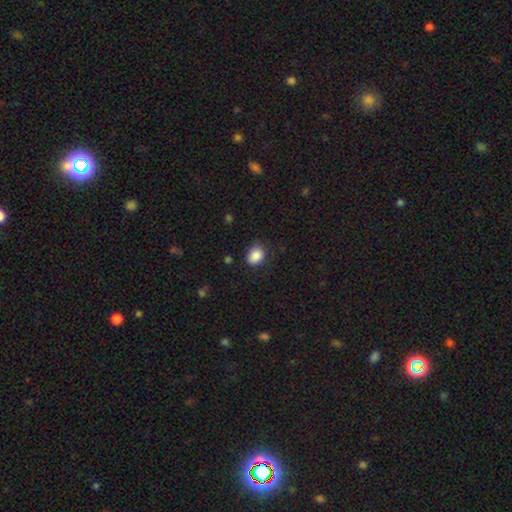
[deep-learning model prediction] smooth_or_featured: smooth (p=0.88) [alt: star or artifact p=0.08]
how_rounded: in between (p=0.56) [alt: round p=0.43]
merging: none (p=0.76) [alt: minor disturbance p=0.19]